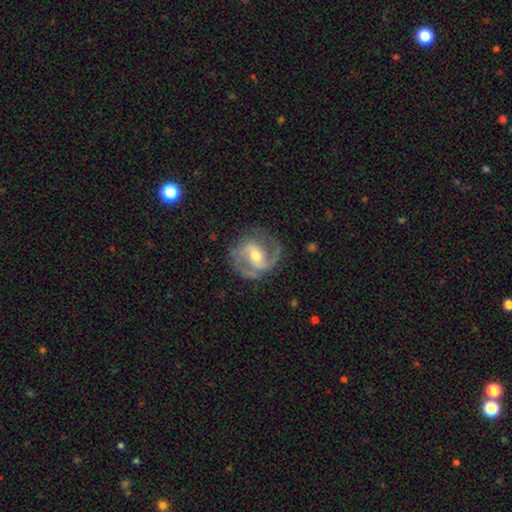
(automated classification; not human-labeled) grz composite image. It shows a featured or disk galaxy (89%) with a weak bar (47%), 2 (84%) medium (56%) spiral arms (97%) and a moderate central bulge (55%). Merging: none (76%).